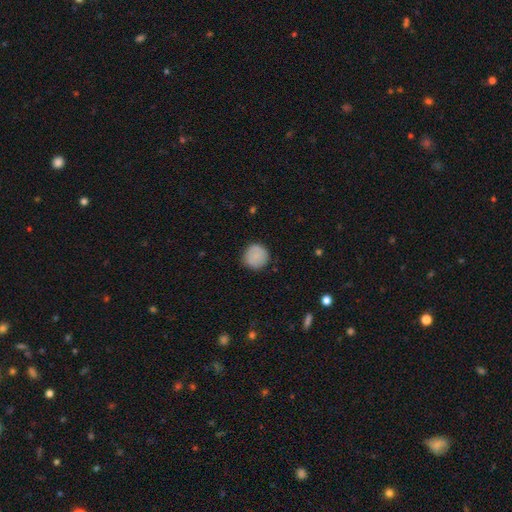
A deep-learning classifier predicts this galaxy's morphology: Overall: smooth (87%). How rounded: round (93%). Merging: none (87%).